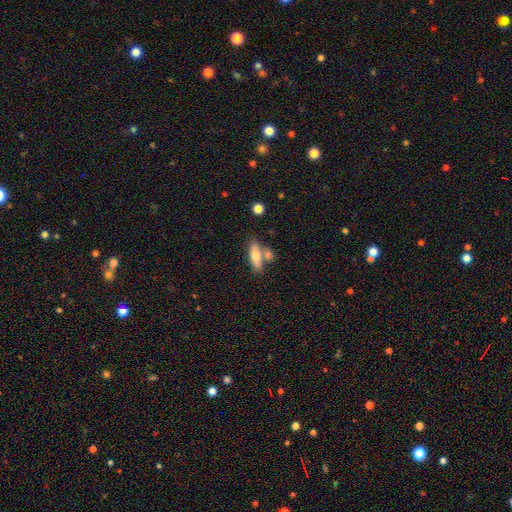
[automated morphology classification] Smooth or featured? Predicted: smooth (p=0.68). How rounded? Predicted: in between (p=0.57). Merging? Predicted: none (p=0.58).